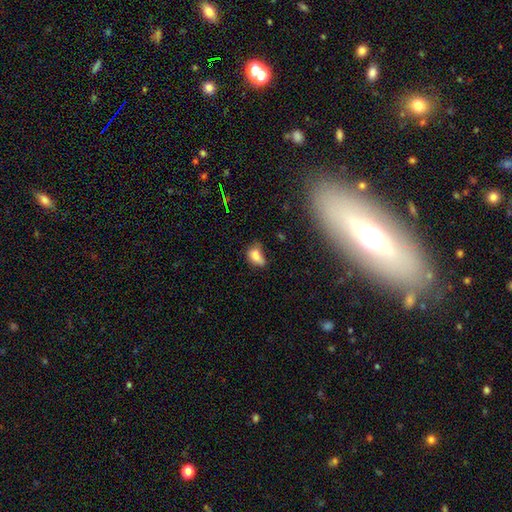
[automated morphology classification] smooth 74%, featured or disk 14%, star or artifact 13%. Down the decision tree: how rounded — in between (83%); merging — none (33%).